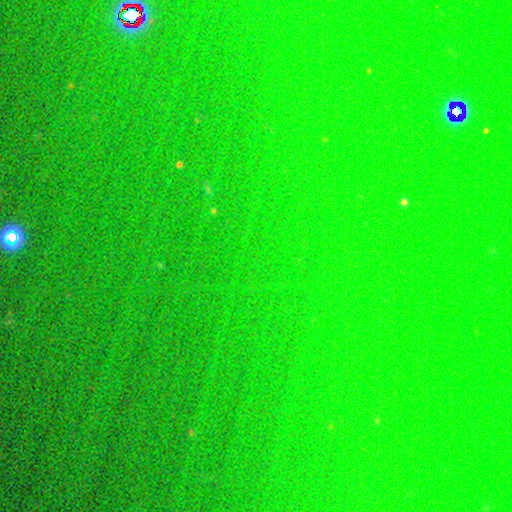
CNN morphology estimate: This appears to be a star or artifact, not a galaxy (82%).